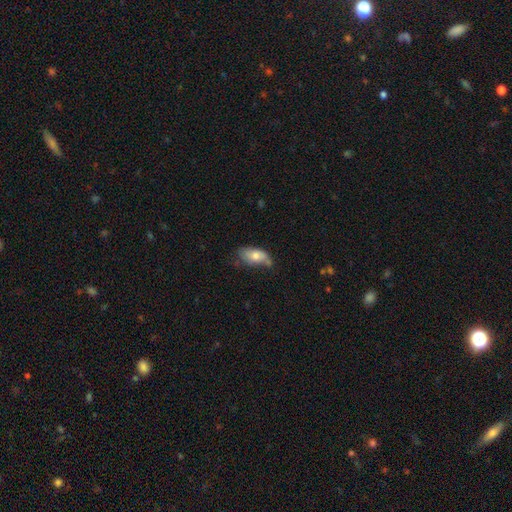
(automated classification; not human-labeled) The model was most divided on "merging": none: 42%, minor disturbance: 37%, major disturbance: 13%, merger: 7%. More confident: how rounded — in between (90%); smooth or featured — smooth (64%).